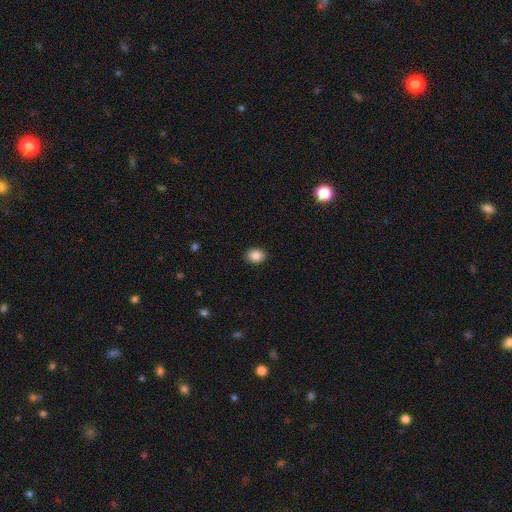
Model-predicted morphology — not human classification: This appears to be a smooth galaxy with no disk features (88%) that is in between round and cigar-shaped (56%). Merging: none (90%).